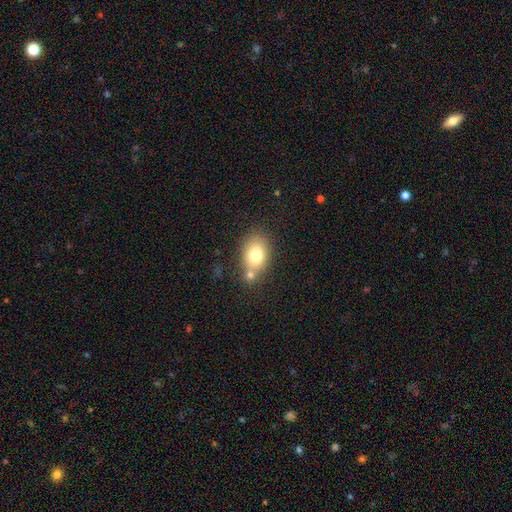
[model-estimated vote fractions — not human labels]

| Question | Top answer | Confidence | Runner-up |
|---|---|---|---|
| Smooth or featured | smooth | 77% | featured or disk (14%) |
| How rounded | in between | 79% | round (20%) |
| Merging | none | 59% | merger (22%) |